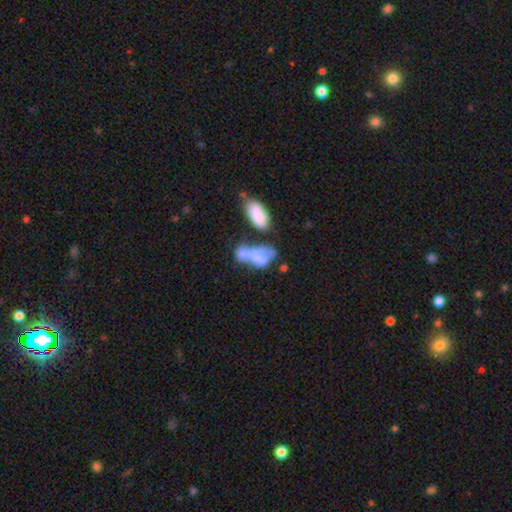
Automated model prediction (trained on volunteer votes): Smooth or featured? smooth (57%)
How rounded? in between (88%)
Merging? merger (60%)